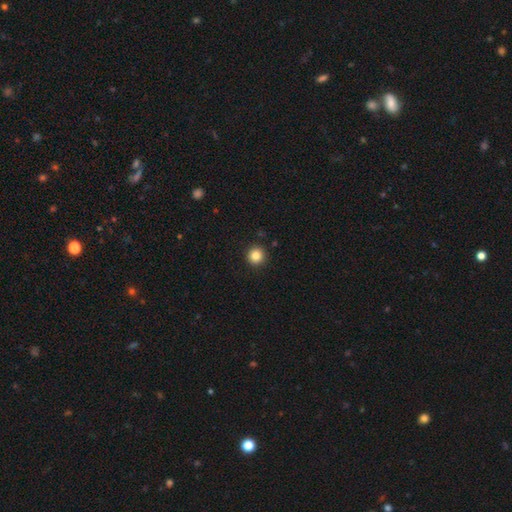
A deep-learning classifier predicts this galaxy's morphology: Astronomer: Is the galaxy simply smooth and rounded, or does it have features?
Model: smooth — 84%.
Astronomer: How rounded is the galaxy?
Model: round — 95%.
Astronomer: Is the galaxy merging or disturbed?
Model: none — 93%.